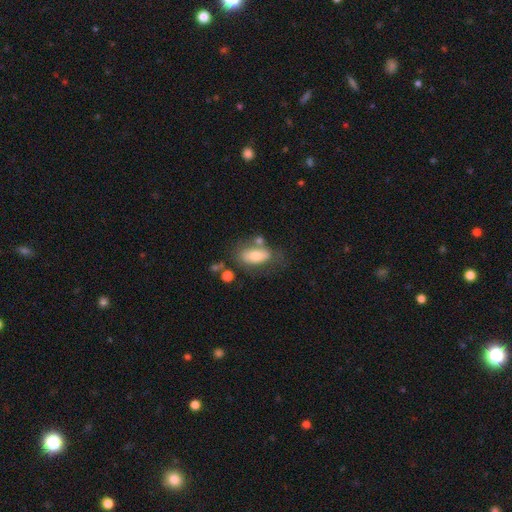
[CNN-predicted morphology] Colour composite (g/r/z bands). It shows a smooth galaxy with no disk features (65%) that is in between round and cigar-shaped (88%). Merging: none (56%).